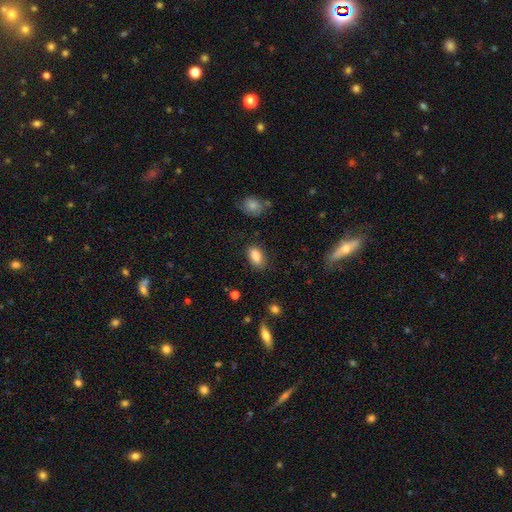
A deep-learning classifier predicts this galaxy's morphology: type=smooth (87%); roundness=in between (91%); merging=none (83%).